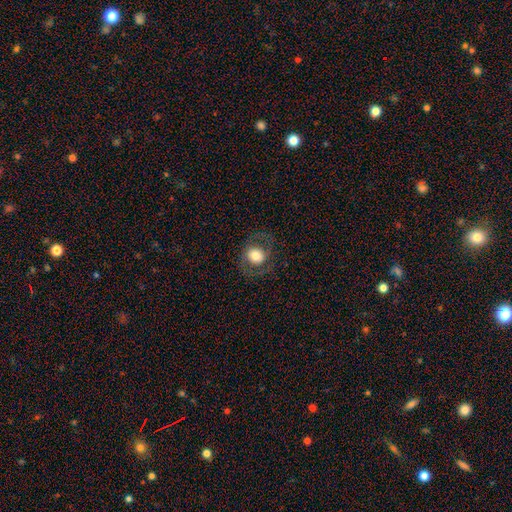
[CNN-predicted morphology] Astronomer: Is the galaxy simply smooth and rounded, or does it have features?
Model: smooth — 60%.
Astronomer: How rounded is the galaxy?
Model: round — 72%.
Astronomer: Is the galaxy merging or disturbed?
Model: none — 76%.